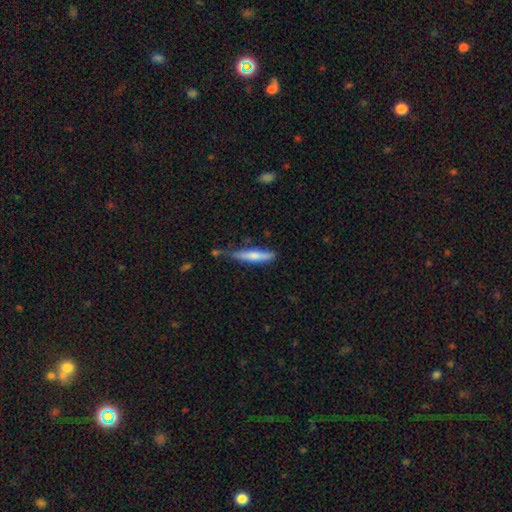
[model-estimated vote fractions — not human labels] Morphology: type=smooth (66%); roundness=cigar-shaped (87%); merging=none (53%).